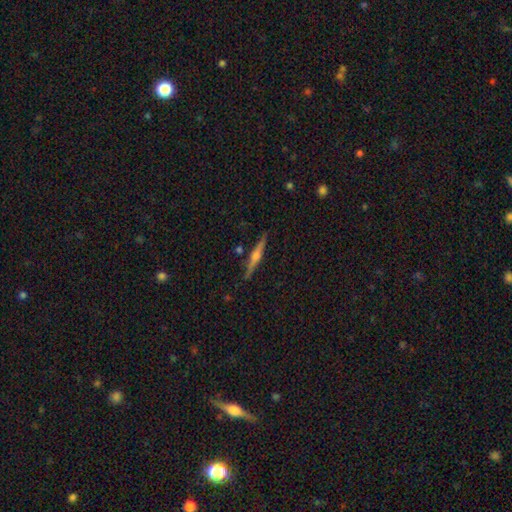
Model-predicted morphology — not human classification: Smooth or featured? featured or disk (73%)
Edge-on disk? yes (98%)
Edge-on bulge? rounded (87%)
Merging? none (88%)